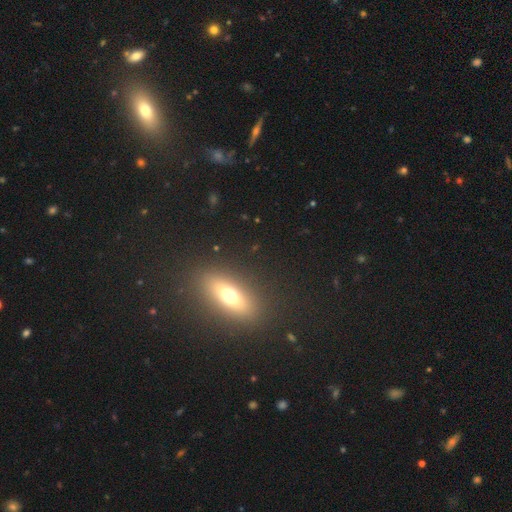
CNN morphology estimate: A smooth galaxy with no disk features (52%) that is in between round and cigar-shaped (58%). Merging: none (87%).